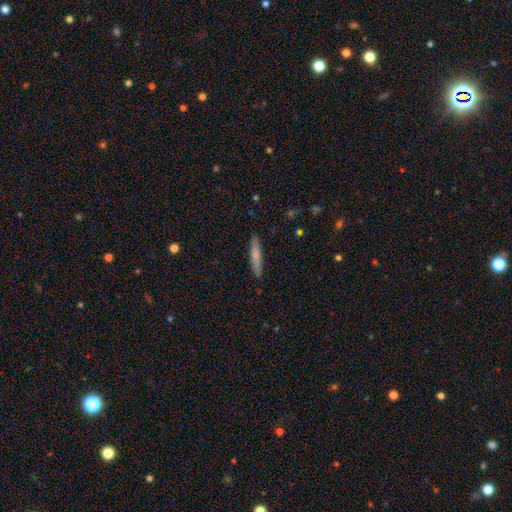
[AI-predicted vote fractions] Overall: smooth (71%). How rounded: cigar-shaped (93%). Merging: none (89%).